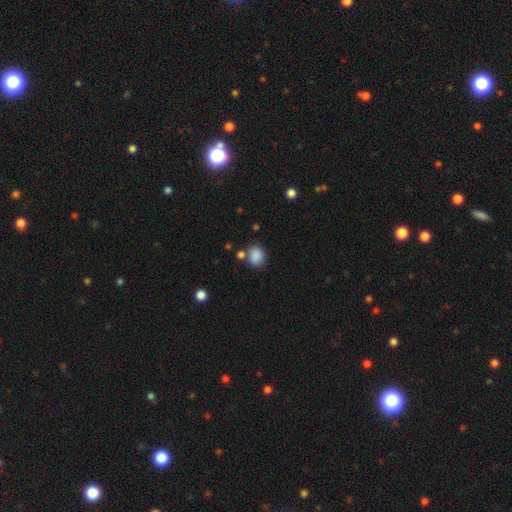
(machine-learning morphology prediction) smooth_or_featured: smooth (p=0.87) [alt: star or artifact p=0.09]
how_rounded: round (p=0.53) [alt: in between p=0.46]
merging: none (p=0.69) [alt: minor disturbance p=0.14]